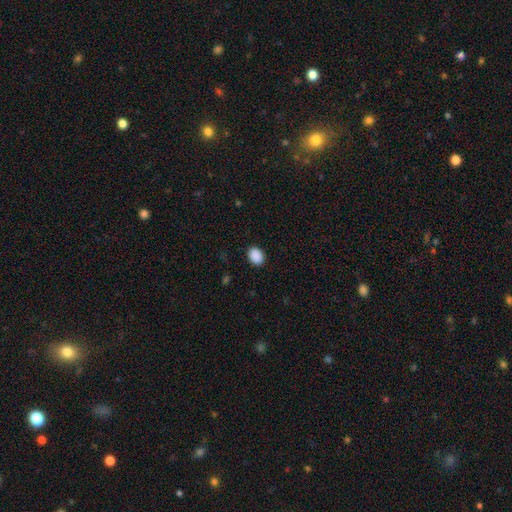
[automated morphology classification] This appears to be a smooth galaxy with no disk features (90%) that is in between round and cigar-shaped (73%). Merging: none (89%).